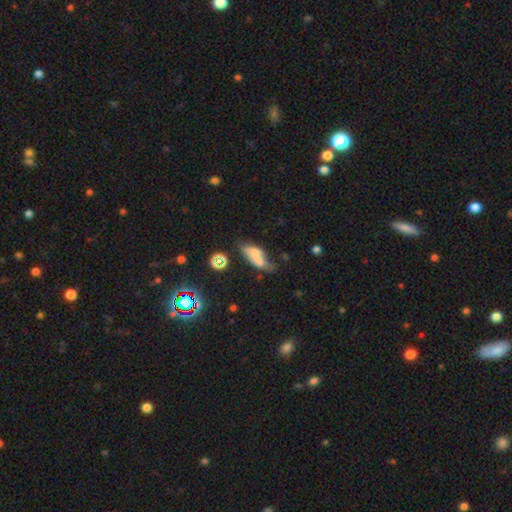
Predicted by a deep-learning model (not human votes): A smooth galaxy with no disk features (60%) that is in between round and cigar-shaped (73%). Merging: none (35%).